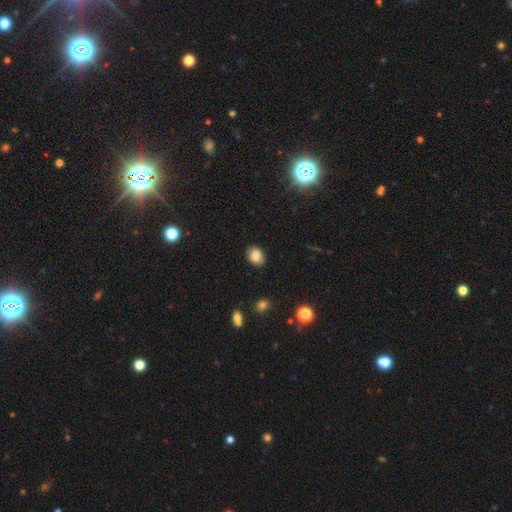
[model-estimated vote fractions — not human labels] A smooth galaxy with no disk features (83%) that is in between round and cigar-shaped (60%).

Vote fractions:
- Smooth or featured? smooth: 83% / star or artifact: 10% / featured or disk: 7%
- How rounded? in between: 60% / round: 39% / cigar-shaped: 1%
- Merging? none: 88% / minor disturbance: 9% / major disturbance: 2% / merger: 1%